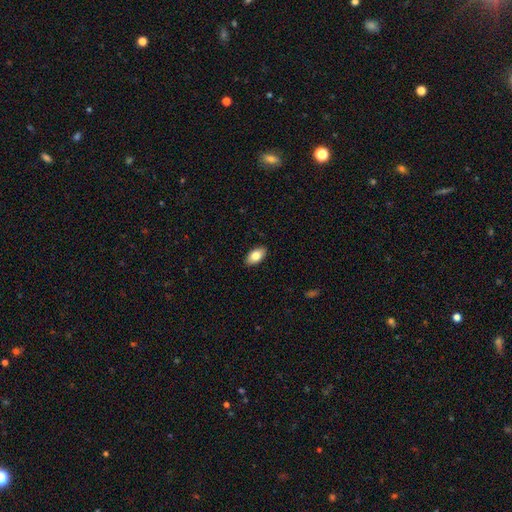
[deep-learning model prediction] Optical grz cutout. It shows a smooth galaxy with no disk features (82%) that is in between round and cigar-shaped (94%). Merging: none (90%).